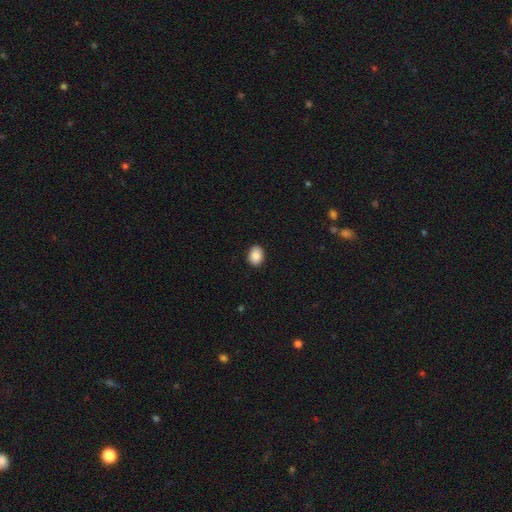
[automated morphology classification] smooth-or-featured: smooth: 89% | star or artifact: 8% | featured or disk: 3%
  how-rounded: in between: 66% | round: 33% | cigar-shaped: 1%
  merging: none: 90% | minor disturbance: 7% | major disturbance: 2% | merger: 1%